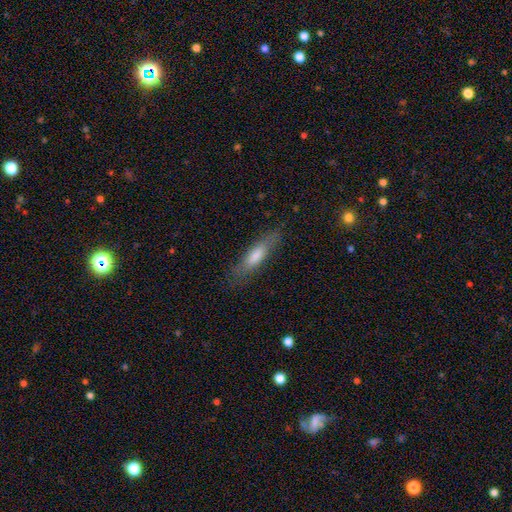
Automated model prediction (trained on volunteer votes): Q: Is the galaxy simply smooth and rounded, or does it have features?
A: smooth — 65%.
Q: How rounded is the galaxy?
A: cigar-shaped — 74%.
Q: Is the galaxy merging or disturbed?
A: none — 81%.